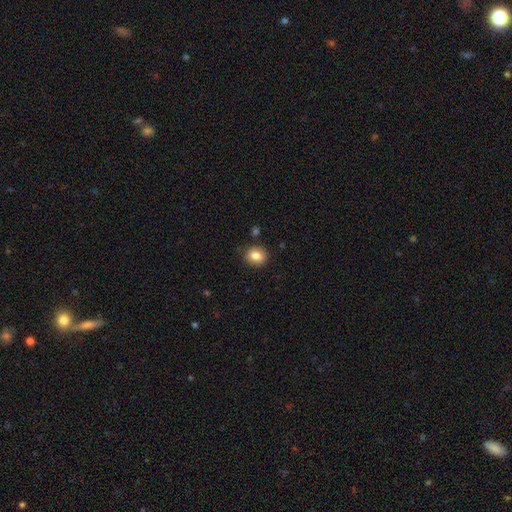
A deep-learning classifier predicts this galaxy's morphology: smooth-or-featured: smooth: 84% | star or artifact: 9% | featured or disk: 7%
  how-rounded: round: 72% | in between: 27% | cigar-shaped: 1%
  merging: none: 87% | minor disturbance: 9% | merger: 2% | major disturbance: 2%